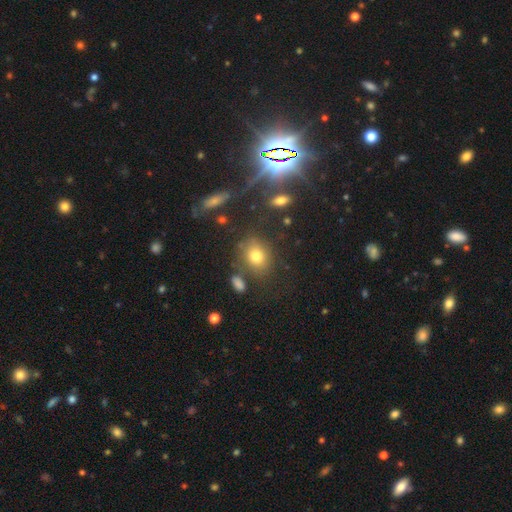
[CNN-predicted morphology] A smooth galaxy with no disk features (76%) that is round (54%).

Vote fractions:
- Smooth or featured? smooth: 76% / star or artifact: 13% / featured or disk: 11%
- How rounded? round: 54% / in between: 45% / cigar-shaped: 2%
- Merging? none: 74% / minor disturbance: 14% / merger: 6% / major disturbance: 6%